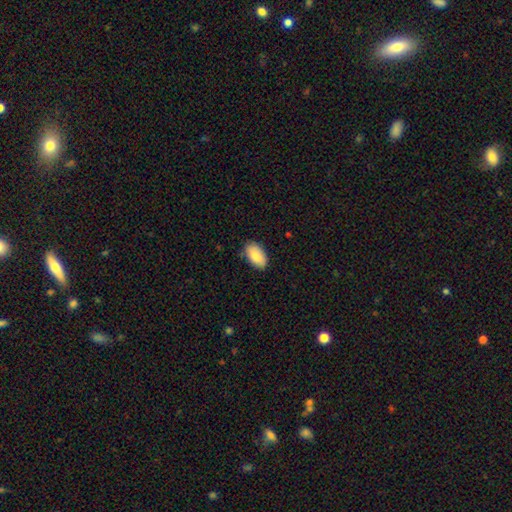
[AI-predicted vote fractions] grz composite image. It shows a smooth galaxy with no disk features (84%) that is in between round and cigar-shaped (95%). Merging: none (84%).